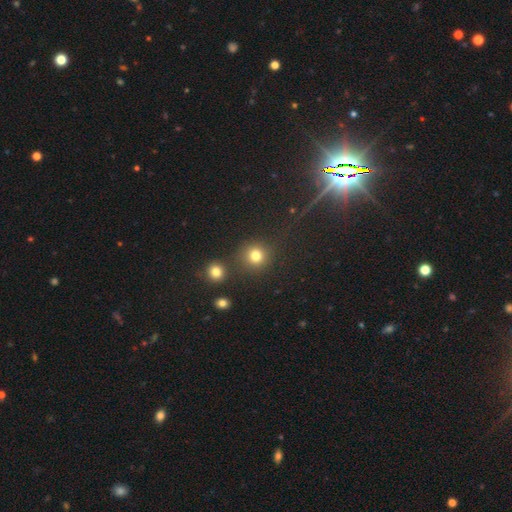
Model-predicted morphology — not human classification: Q: Smooth or featured?
A: smooth (79%); runner-up: star or artifact (15%)
Q: How rounded?
A: round (91%); runner-up: in between (8%)
Q: Merging?
A: none (81%); runner-up: minor disturbance (8%)